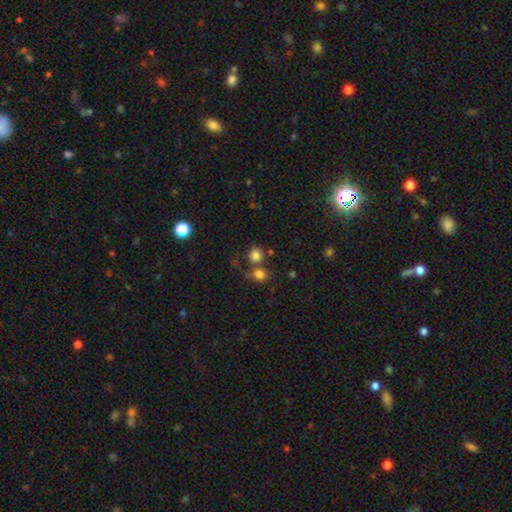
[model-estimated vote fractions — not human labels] Morphology: type=smooth (80%); roundness=round (88%); merging=none (59%).